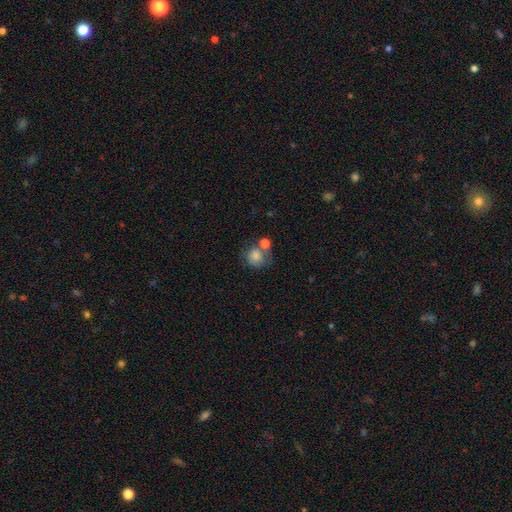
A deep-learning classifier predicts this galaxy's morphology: Overall: smooth (78%). How rounded: round (80%). Merging: none (44%; merger 28%).